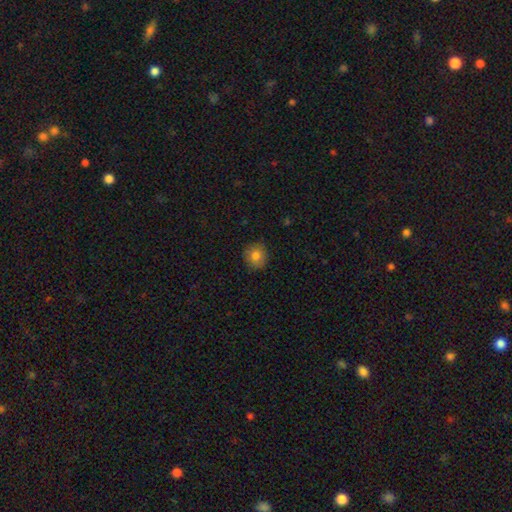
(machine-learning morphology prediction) Q: Smooth or featured?
A: smooth (82%); runner-up: star or artifact (10%)
Q: How rounded?
A: round (86%); runner-up: in between (13%)
Q: Merging?
A: none (87%); runner-up: minor disturbance (10%)